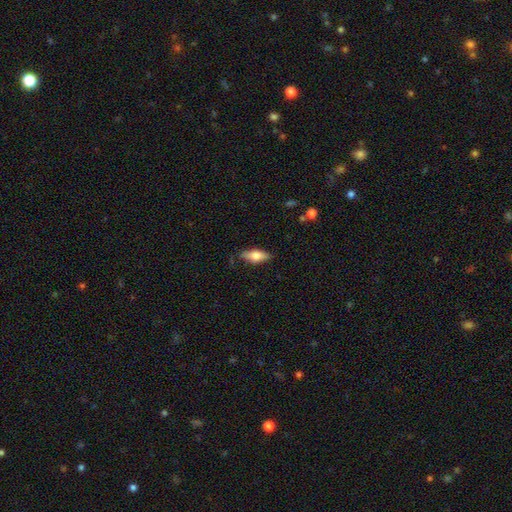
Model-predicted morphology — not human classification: Smooth or featured? Predicted: smooth (p=0.61). How rounded? Predicted: in between (p=0.67). Merging? Predicted: none (p=0.80).